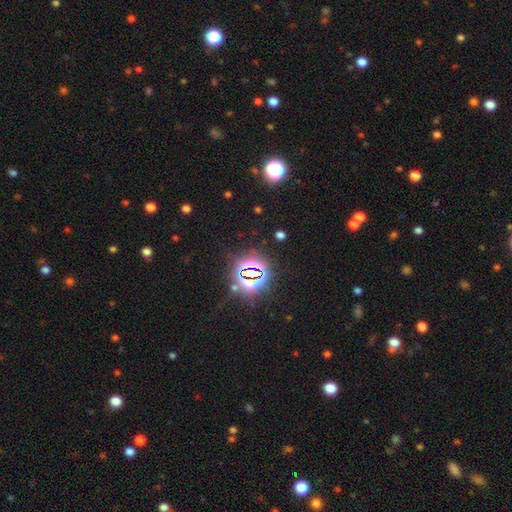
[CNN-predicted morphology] Smooth or featured?
  - star or artifact: 83% *
  - smooth: 10%
  - featured or disk: 7%